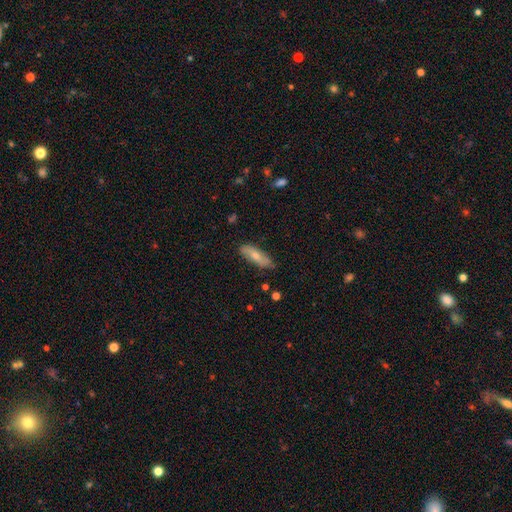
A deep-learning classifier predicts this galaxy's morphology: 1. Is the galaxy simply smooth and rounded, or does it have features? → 67% smooth, 27% featured or disk, 6% star or artifact.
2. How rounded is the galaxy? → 56% in between, 42% cigar-shaped, 2% round.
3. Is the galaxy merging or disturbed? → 78% none, 18% minor disturbance, 3% major disturbance, 2% merger.